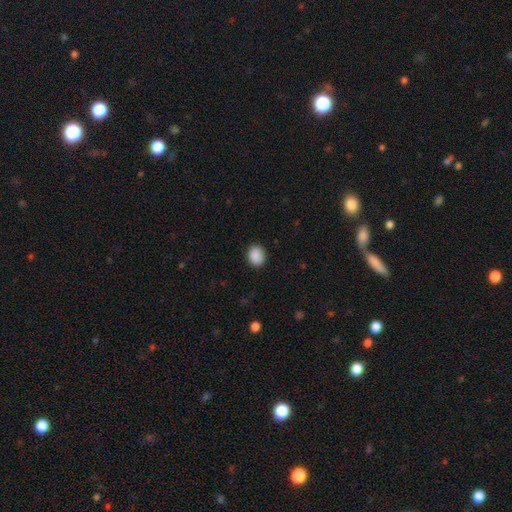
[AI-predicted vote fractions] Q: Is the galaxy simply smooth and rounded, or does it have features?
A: smooth — 90%.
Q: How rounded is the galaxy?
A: round — 52%.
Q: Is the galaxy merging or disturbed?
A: none — 89%.